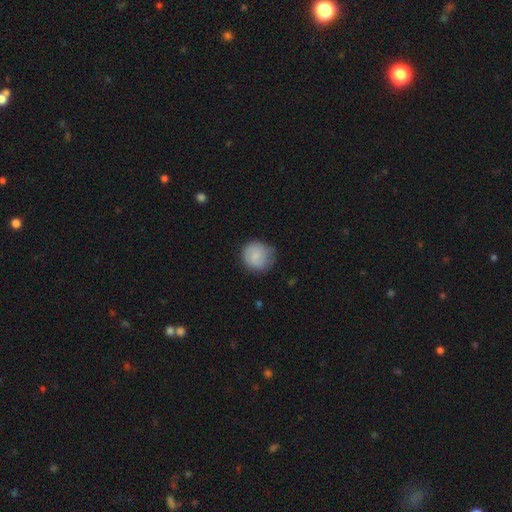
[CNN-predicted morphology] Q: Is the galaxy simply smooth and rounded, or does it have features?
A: smooth — 80%.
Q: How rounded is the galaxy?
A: round — 88%.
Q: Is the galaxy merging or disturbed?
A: none — 70%.